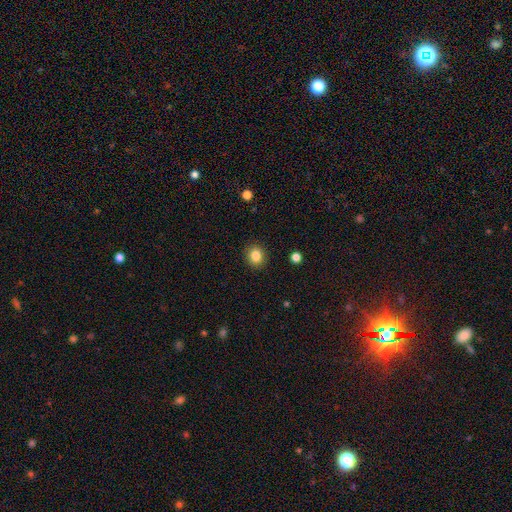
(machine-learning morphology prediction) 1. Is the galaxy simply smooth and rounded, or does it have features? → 85% smooth, 10% star or artifact, 5% featured or disk.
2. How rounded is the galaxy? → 74% round, 25% in between, 1% cigar-shaped.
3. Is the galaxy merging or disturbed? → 91% none, 6% minor disturbance, 2% major disturbance, 1% merger.